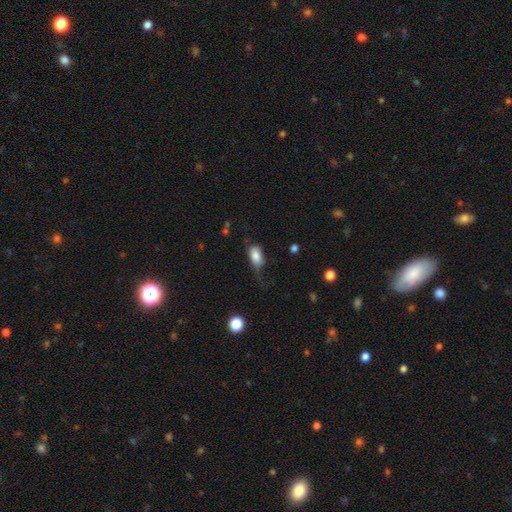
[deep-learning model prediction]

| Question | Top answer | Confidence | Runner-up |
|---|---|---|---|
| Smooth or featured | smooth | 80% | featured or disk (12%) |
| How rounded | in between | 89% | round (8%) |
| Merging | none | 35% | tied: minor disturbance (35%) |